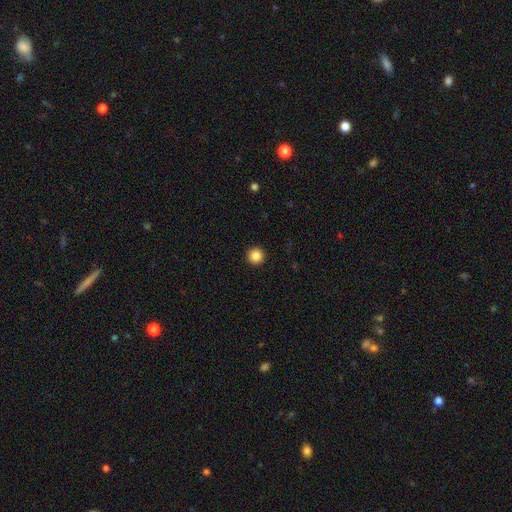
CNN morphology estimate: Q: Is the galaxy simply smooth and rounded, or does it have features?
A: smooth — 86%.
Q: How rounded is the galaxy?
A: round — 96%.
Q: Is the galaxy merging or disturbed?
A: none — 94%.